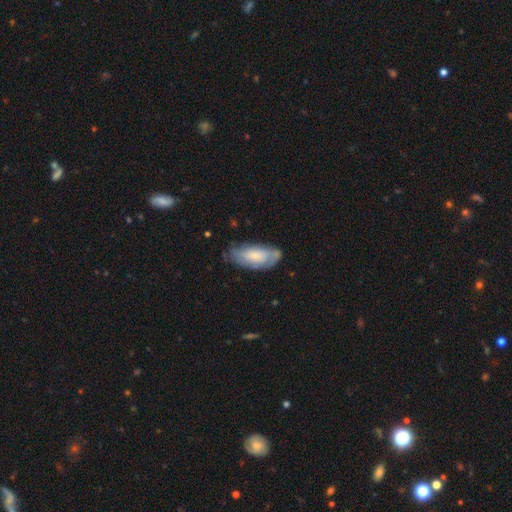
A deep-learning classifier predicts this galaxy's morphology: This is possibly a smooth galaxy (49%). Merging: likely none (65%).